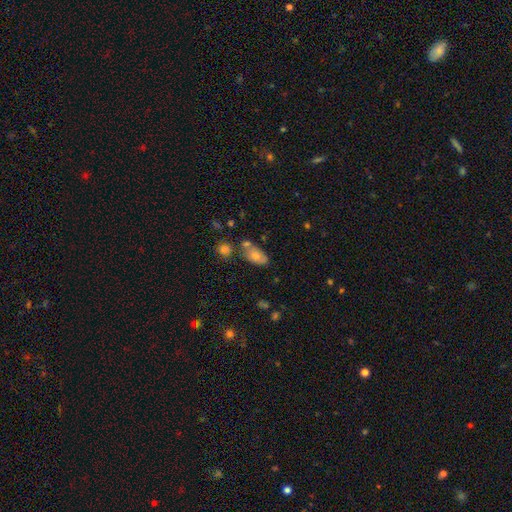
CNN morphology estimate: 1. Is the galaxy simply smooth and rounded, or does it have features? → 73% smooth, 17% featured or disk, 10% star or artifact.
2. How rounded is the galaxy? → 89% in between, 7% round, 4% cigar-shaped.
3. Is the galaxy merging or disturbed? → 50% none, 23% merger, 20% minor disturbance, 7% major disturbance.